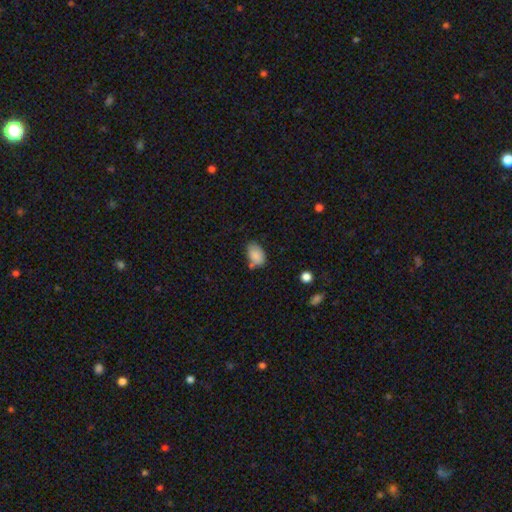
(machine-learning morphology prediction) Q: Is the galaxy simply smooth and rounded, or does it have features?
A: smooth — 86%.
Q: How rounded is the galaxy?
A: in between — 88%.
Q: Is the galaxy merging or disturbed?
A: none — 58%.